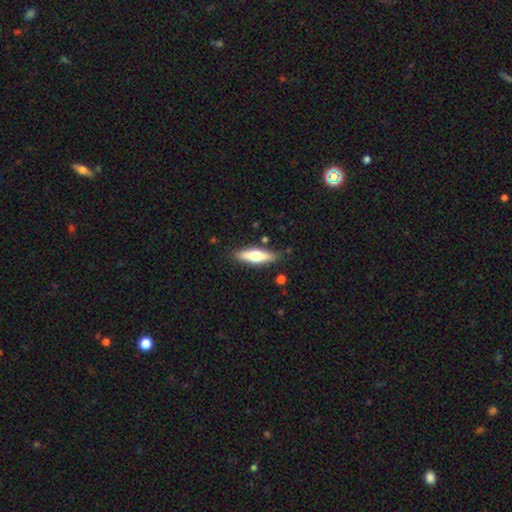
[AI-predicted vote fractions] A smooth galaxy with no disk features (51%) that is cigar-shaped (63%).

Vote fractions:
- Smooth or featured? smooth: 51% / featured or disk: 43% / star or artifact: 6%
- How rounded? cigar-shaped: 63% / in between: 35% / round: 2%
- Merging? none: 85% / minor disturbance: 11% / merger: 2% / major disturbance: 2%